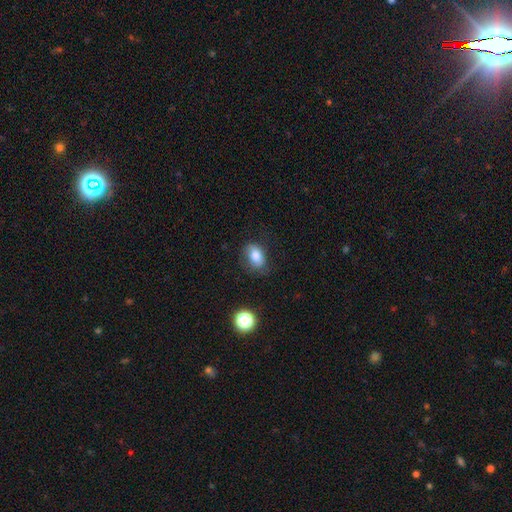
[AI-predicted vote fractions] smooth_or_featured: smooth (p=0.80) [alt: featured or disk p=0.11]
how_rounded: in between (p=0.78) [alt: round p=0.20]
merging: none (p=0.68) [alt: minor disturbance p=0.23]